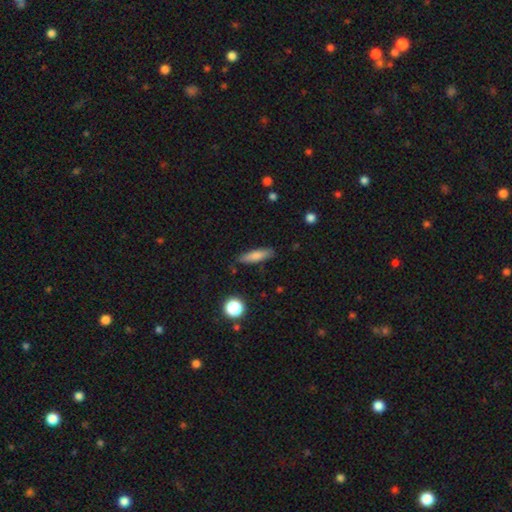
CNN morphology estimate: This is likely a smooth galaxy (78%). How rounded: likely cigar-shaped (68%). Merging: clearly none (84%).